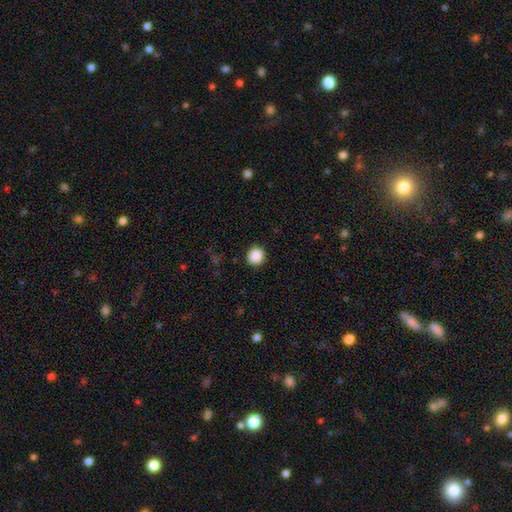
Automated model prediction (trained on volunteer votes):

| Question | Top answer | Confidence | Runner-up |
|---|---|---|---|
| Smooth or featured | smooth | 88% | star or artifact (9%) |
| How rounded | round | 94% | in between (5%) |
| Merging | none | 92% | minor disturbance (5%) |